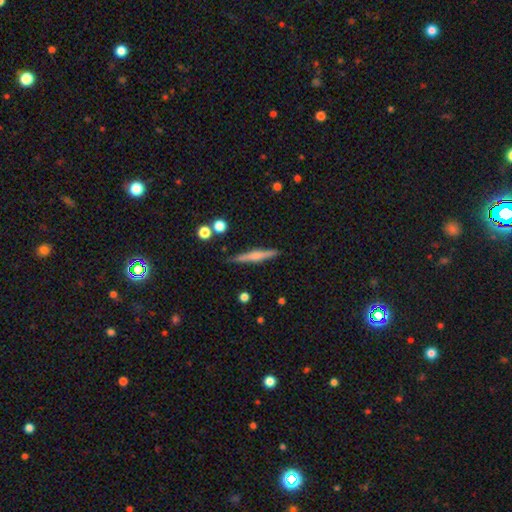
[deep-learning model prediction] smooth-or-featured: featured or disk: 50% | smooth: 43% | star or artifact: 7%
  merging: none: 86% | minor disturbance: 9% | merger: 2% | major disturbance: 2%